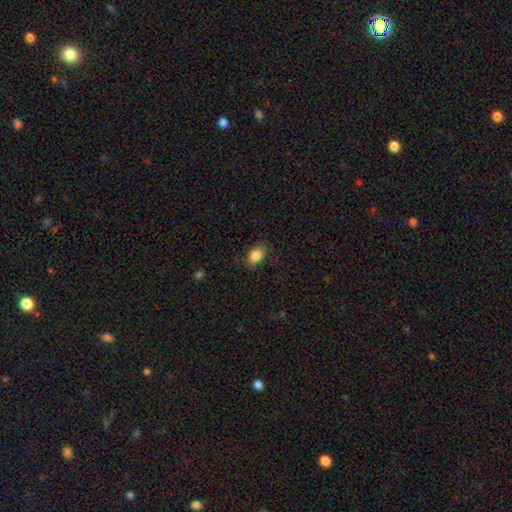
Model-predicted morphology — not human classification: smooth 86%, star or artifact 8%, featured or disk 6%. Down the decision tree: how rounded — in between (88%); merging — none (83%).